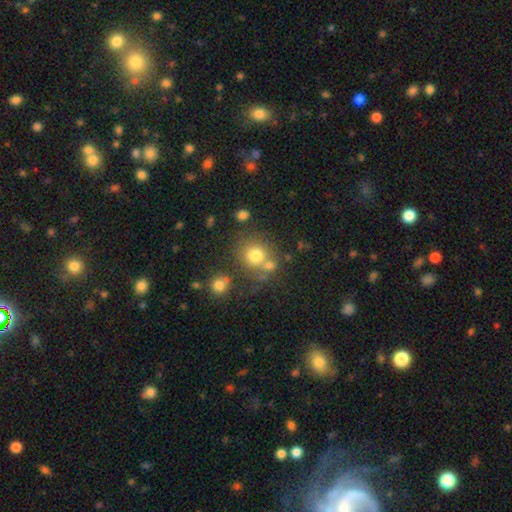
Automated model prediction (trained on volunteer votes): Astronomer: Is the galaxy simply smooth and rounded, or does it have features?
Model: smooth — 75%.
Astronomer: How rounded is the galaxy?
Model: round — 87%.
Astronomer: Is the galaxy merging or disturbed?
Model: none — 62%.